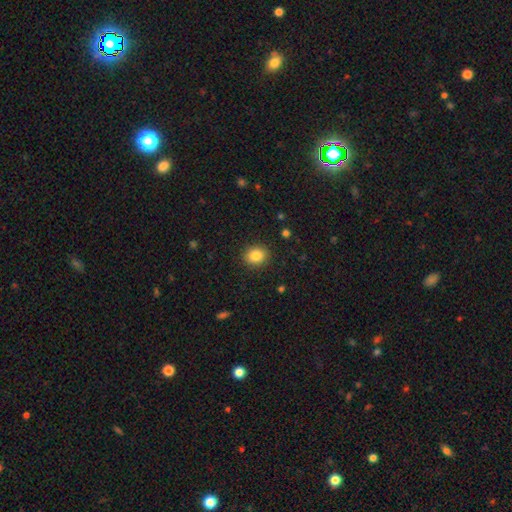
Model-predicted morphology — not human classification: Smooth or featured? Predicted: smooth (p=0.84). How rounded? Predicted: round (p=0.71). Merging? Predicted: none (p=0.90).